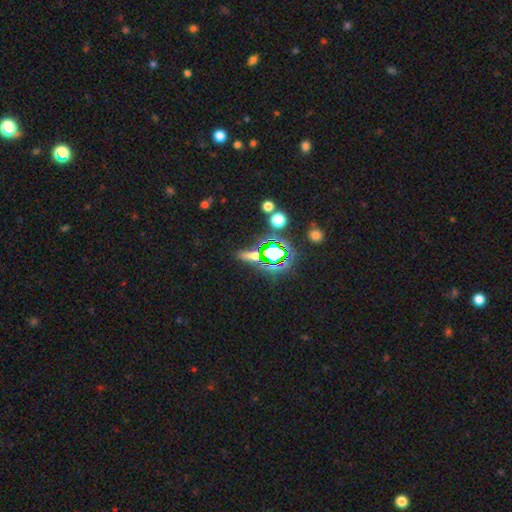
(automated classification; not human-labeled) smooth_or_featured: star or artifact (p=0.51) [alt: smooth p=0.35]